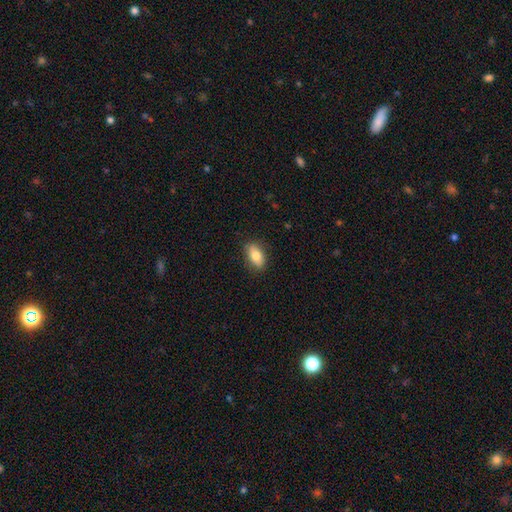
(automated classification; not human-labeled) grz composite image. It shows a smooth galaxy with no disk features (80%) that is in between round and cigar-shaped (88%). Merging: none (84%).